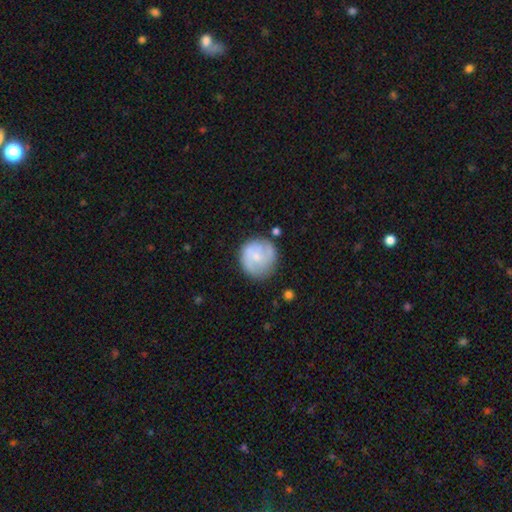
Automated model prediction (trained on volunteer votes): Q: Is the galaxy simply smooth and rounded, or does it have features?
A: featured or disk — 48%.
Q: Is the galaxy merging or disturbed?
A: none — 73%.